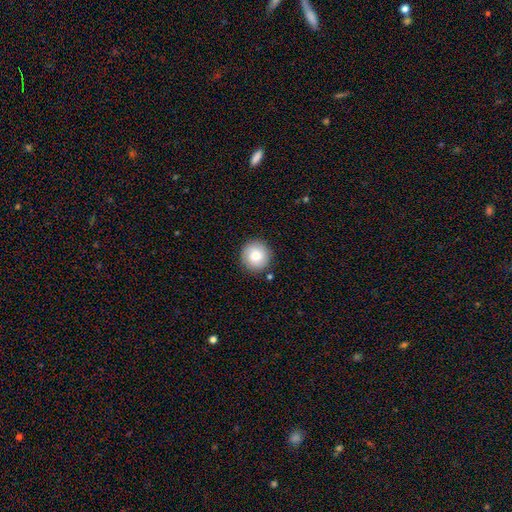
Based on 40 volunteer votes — This is clearly a smooth galaxy (85%). How rounded: clearly round (94%). Merging: clearly none (83%).